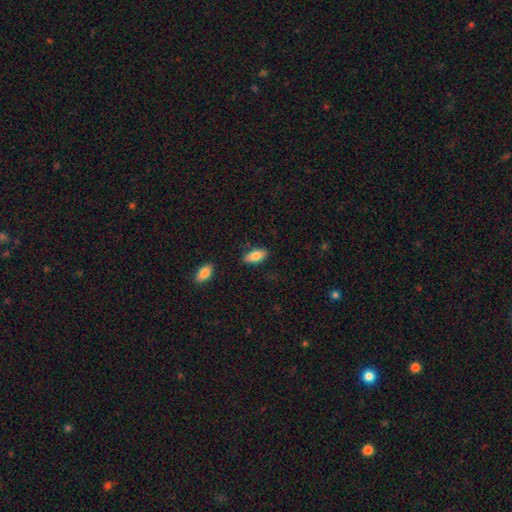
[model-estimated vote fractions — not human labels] Smooth or featured? smooth (80%)
How rounded? in between (89%)
Merging? none (83%)